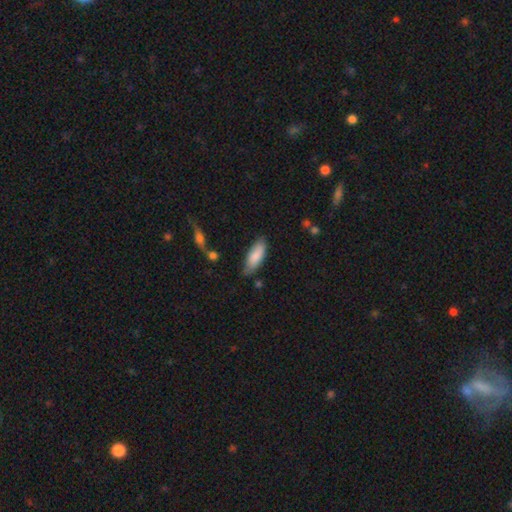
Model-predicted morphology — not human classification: Overall: smooth (83%). How rounded: in between (70%). Merging: none (71%).